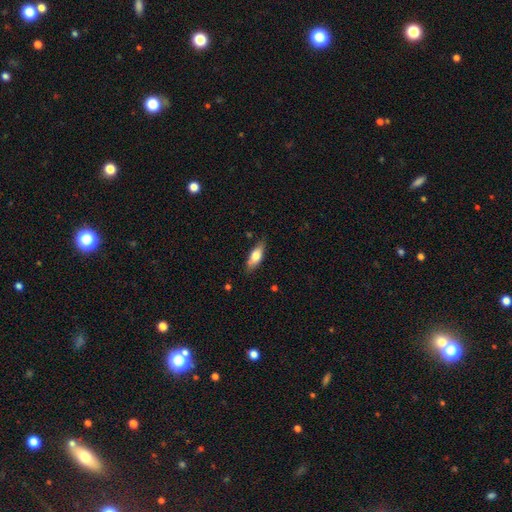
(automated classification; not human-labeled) Morphology: type=smooth (69%); roundness=in between (70%); merging=none (81%).